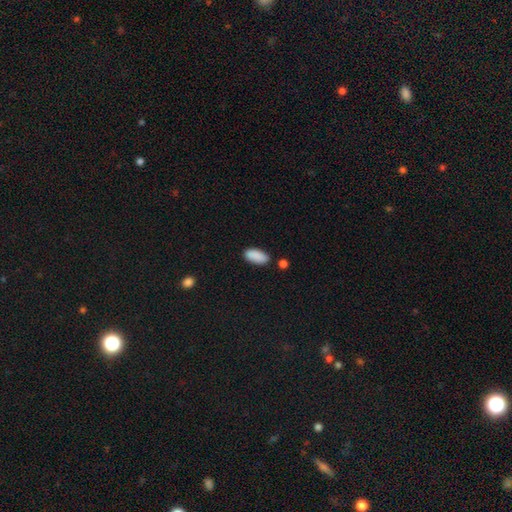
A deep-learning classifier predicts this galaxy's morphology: This appears to be a smooth galaxy with no disk features (90%) that is in between round and cigar-shaped (90%). Merging: none (81%).